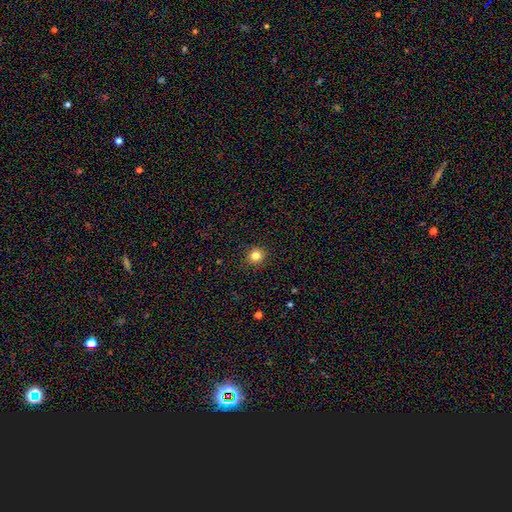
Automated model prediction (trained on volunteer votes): Smooth or featured?
  - smooth: 82% *
  - star or artifact: 13%
  - featured or disk: 5%
How rounded?
  - round: 90% *
  - in between: 9%
  - cigar-shaped: 1%
Merging?
  - none: 91% *
  - minor disturbance: 6%
  - major disturbance: 2%
  - merger: 1%